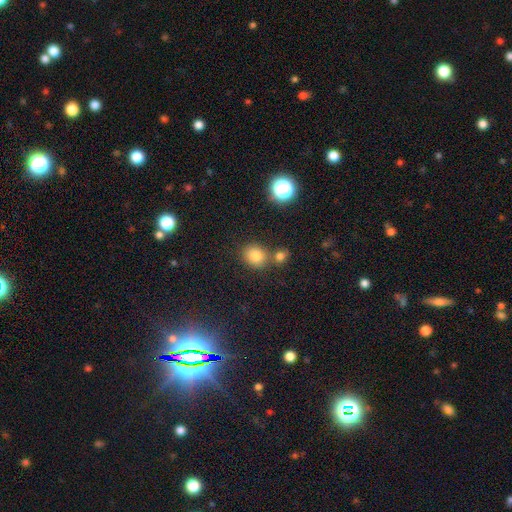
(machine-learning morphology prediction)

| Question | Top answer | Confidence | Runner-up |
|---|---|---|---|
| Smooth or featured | smooth | 78% | star or artifact (15%) |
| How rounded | round | 68% | in between (31%) |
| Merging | none | 66% | merger (21%) |